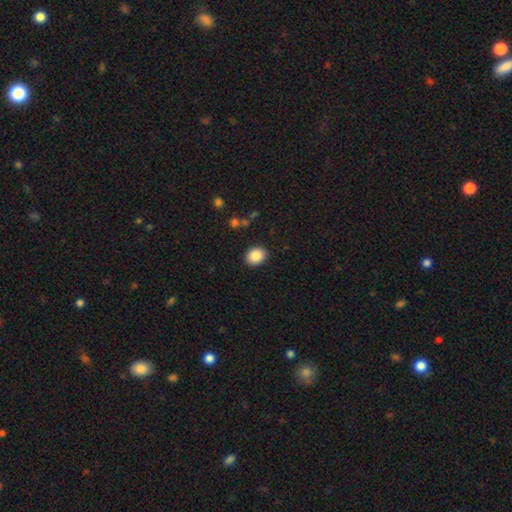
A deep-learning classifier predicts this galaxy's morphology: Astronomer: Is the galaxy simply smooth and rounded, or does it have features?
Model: smooth — 87%.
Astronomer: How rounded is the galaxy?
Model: round — 53% (runner-up: in between, 47%).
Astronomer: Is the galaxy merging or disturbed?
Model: none — 90%.